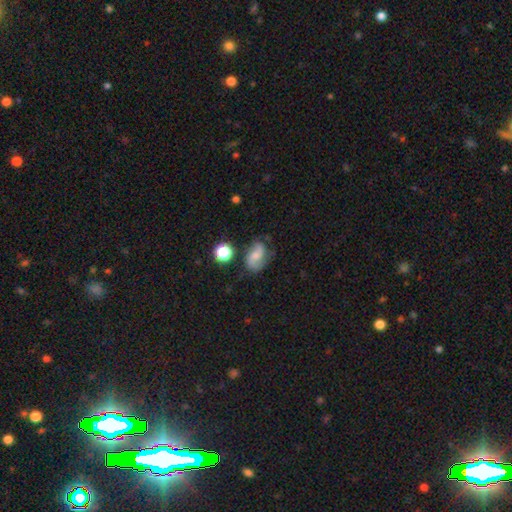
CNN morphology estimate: type=featured or disk (51%); edge-on=no (97%); merging=none (61%).